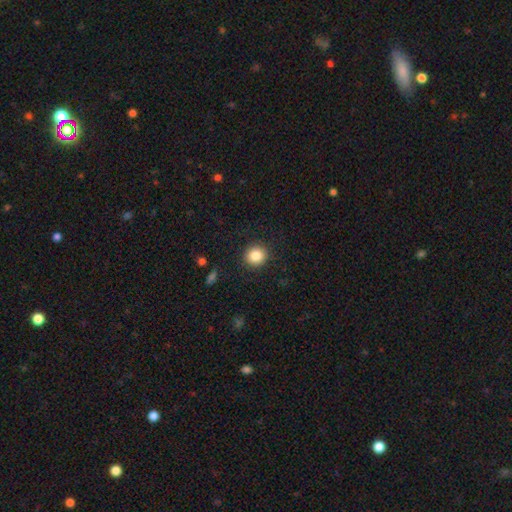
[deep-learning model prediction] A smooth galaxy with no disk features (85%) that is round (89%).

Vote fractions:
- Smooth or featured? smooth: 85% / star or artifact: 9% / featured or disk: 5%
- How rounded? round: 89% / in between: 10% / cigar-shaped: 1%
- Merging? none: 91% / minor disturbance: 6% / major disturbance: 2% / merger: 1%